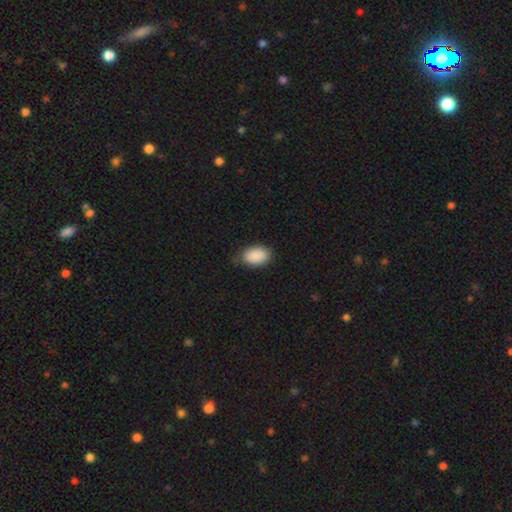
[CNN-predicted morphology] Smooth or featured? smooth (90%)
How rounded? in between (89%)
Merging? none (71%)